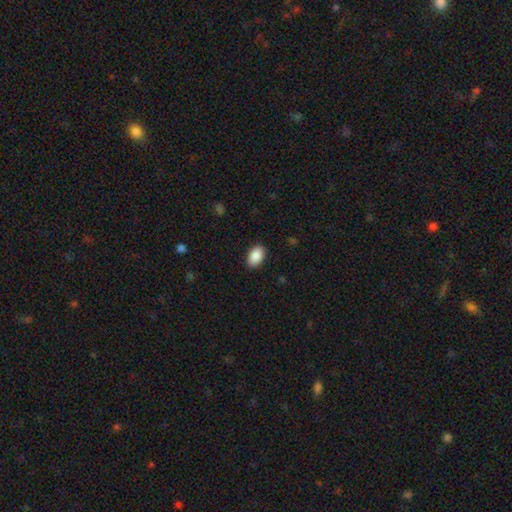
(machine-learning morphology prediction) A smooth galaxy with no disk features (90%) that is in between round and cigar-shaped (91%). Merging: none (89%).